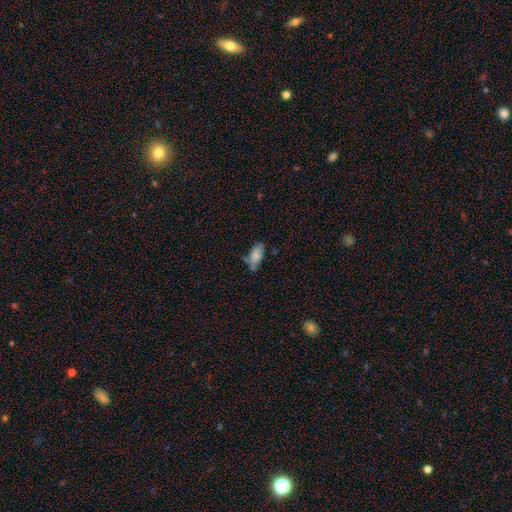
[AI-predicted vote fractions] smooth_or_featured: smooth (p=0.77) [alt: featured or disk p=0.14]
how_rounded: in between (p=0.86) [alt: cigar-shaped p=0.11]
merging: none (p=0.48) [alt: minor disturbance p=0.30]